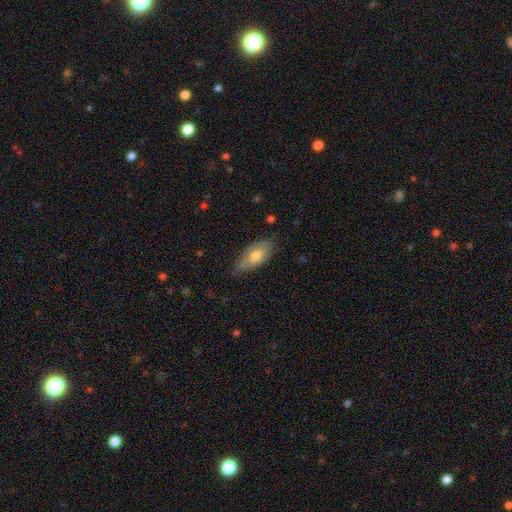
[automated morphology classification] smooth_or_featured: smooth (p=0.69) [alt: featured or disk p=0.25]
how_rounded: in between (p=0.86) [alt: cigar-shaped p=0.11]
merging: none (p=0.62) [alt: minor disturbance p=0.31]